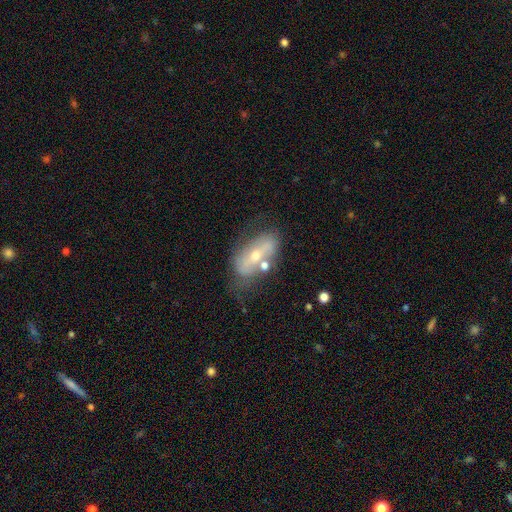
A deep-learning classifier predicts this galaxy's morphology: Q: Smooth or featured?
A: featured or disk (64%); runner-up: smooth (28%)
Q: Edge-on disk?
A: no (85%); runner-up: yes (15%)
Q: Bar?
A: no (42%); runner-up: strong (32%)
Q: Spiral arms?
A: no (51%); runner-up: yes (49%)
Q: Bulge size?
A: small (48%); runner-up: moderate (47%)
Q: Merging?
A: none (51%); runner-up: minor disturbance (23%)